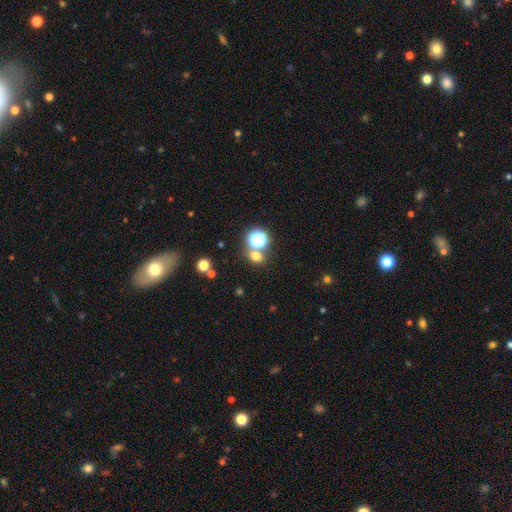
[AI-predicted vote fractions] Smooth or featured: smooth — 66% (star or artifact — 26%)
How rounded: round — 66% (in between — 32%)
Merging: none — 68% (merger — 20%)